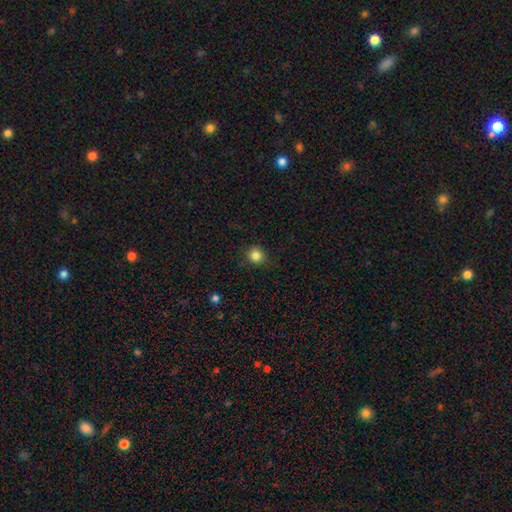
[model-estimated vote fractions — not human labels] Smooth or featured? smooth (84%)
How rounded? round (91%)
Merging? none (85%)